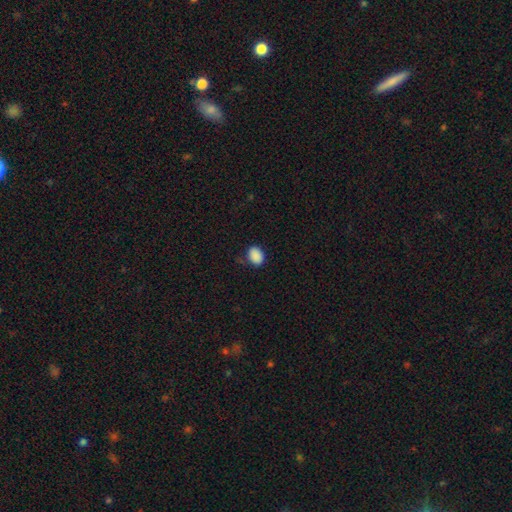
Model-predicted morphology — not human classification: smooth-or-featured: smooth: 89% | star or artifact: 8% | featured or disk: 3%
  how-rounded: in between: 71% | round: 28% | cigar-shaped: 1%
  merging: none: 76% | minor disturbance: 18% | major disturbance: 4% | merger: 2%